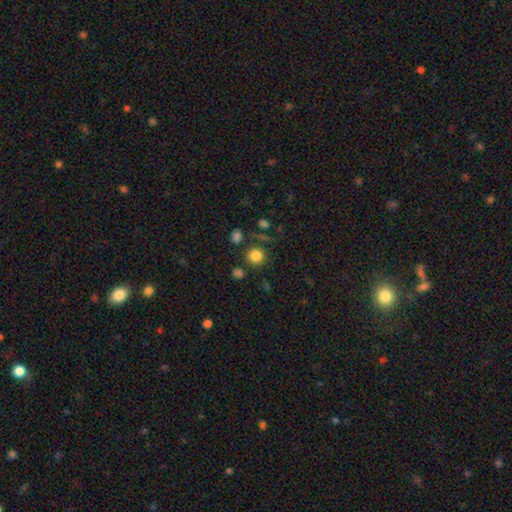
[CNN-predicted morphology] This appears to be a smooth galaxy with no disk features (82%) that is round (89%). Merging: none (80%).